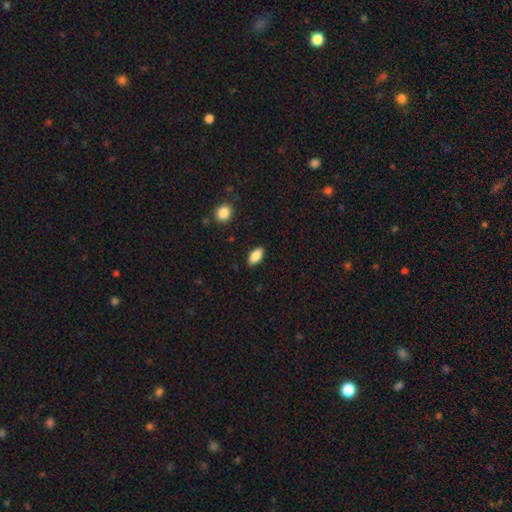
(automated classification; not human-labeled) smooth 86%, star or artifact 7%, featured or disk 7%. Down the decision tree: how rounded — in between (90%); merging — none (88%).